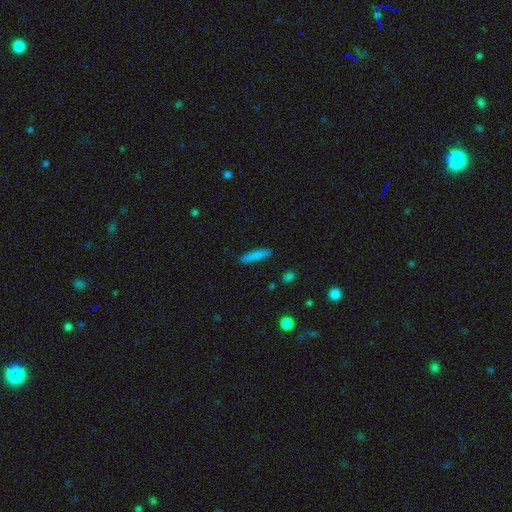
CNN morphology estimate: Smooth or featured?
  - smooth: 81% *
  - featured or disk: 12%
  - star or artifact: 7%
How rounded?
  - cigar-shaped: 90% *
  - in between: 9%
  - round: 2%
Merging?
  - none: 89% *
  - minor disturbance: 8%
  - major disturbance: 2%
  - merger: 1%